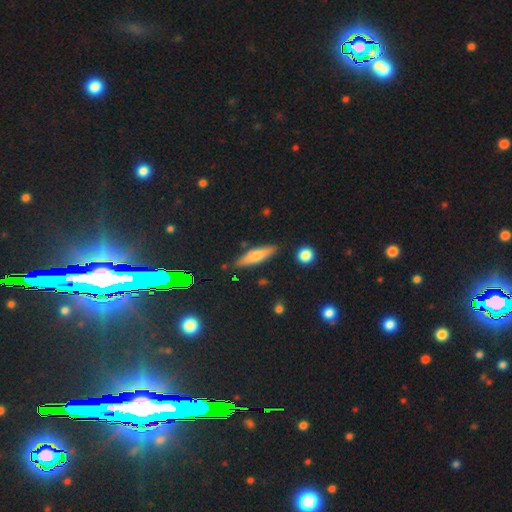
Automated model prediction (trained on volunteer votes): Smooth or featured? Predicted: smooth (p=0.58). How rounded? Predicted: cigar-shaped (p=0.69). Merging? Predicted: none (p=0.84).